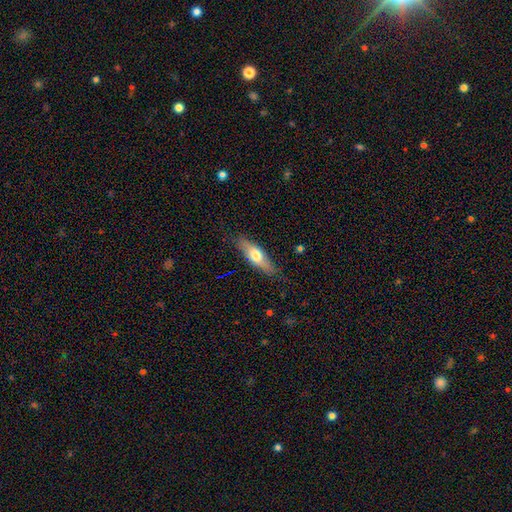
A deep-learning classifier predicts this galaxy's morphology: Q: Smooth or featured?
A: smooth (61%); runner-up: featured or disk (33%)
Q: How rounded?
A: in between (50%); runner-up: cigar-shaped (47%)
Q: Merging?
A: none (81%); runner-up: minor disturbance (15%)